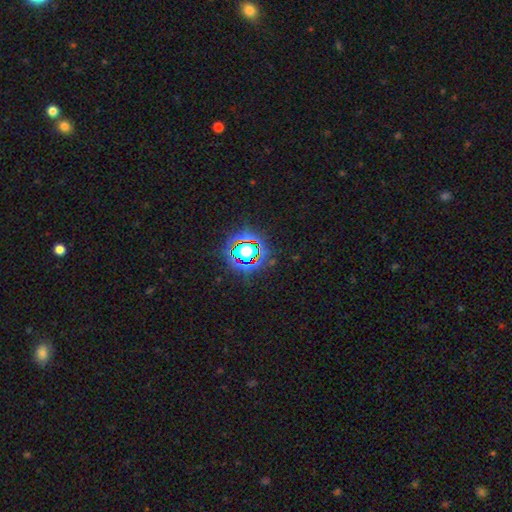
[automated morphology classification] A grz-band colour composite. It shows a star or artifact, not a galaxy (79%).